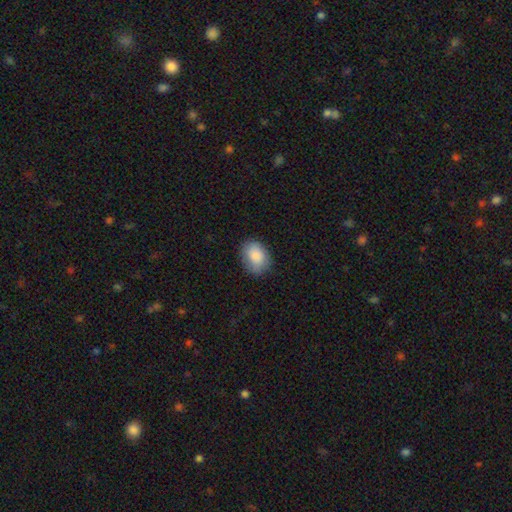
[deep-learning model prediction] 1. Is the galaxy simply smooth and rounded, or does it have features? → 86% smooth, 7% featured or disk, 7% star or artifact.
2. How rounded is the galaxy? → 70% in between, 29% round, 1% cigar-shaped.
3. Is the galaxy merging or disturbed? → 81% none, 14% minor disturbance, 3% major disturbance, 1% merger.